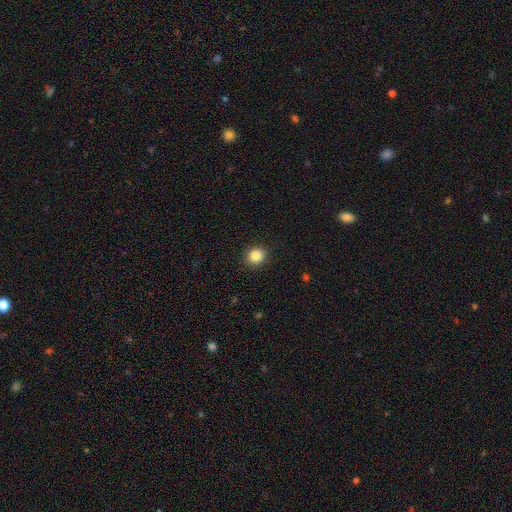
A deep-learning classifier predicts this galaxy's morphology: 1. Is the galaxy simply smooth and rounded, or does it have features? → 87% smooth, 10% star or artifact, 3% featured or disk.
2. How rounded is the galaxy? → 82% round, 17% in between, 1% cigar-shaped.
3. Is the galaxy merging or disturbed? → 91% none, 6% minor disturbance, 2% major disturbance, 1% merger.